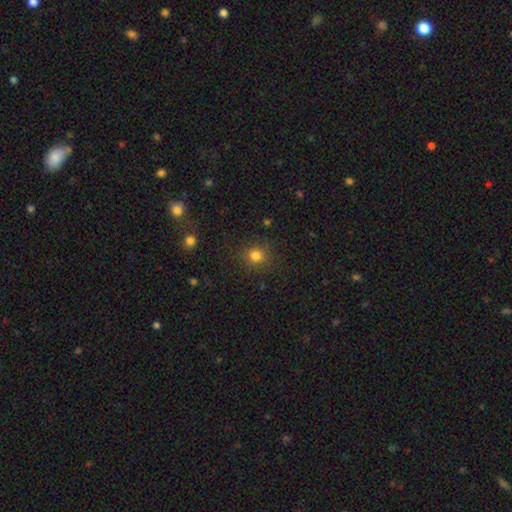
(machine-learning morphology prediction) A smooth galaxy with no disk features (81%) that is round (90%). Merging: none (87%).